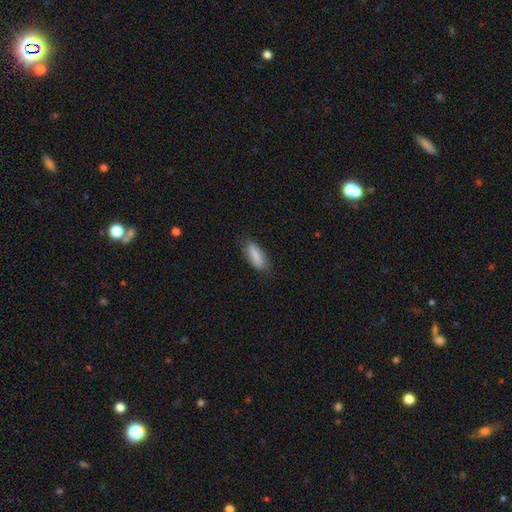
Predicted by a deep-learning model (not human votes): Smooth or featured? Predicted: smooth (p=0.81). How rounded? Predicted: in between (p=0.66). Merging? Predicted: none (p=0.80).